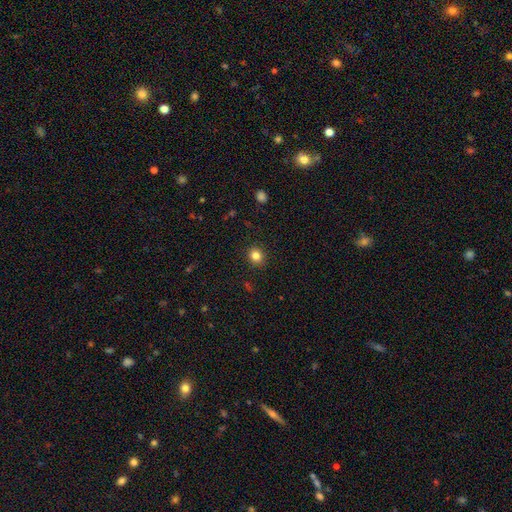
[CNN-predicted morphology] A smooth galaxy with no disk features (83%) that is round (75%).

Vote fractions:
- Smooth or featured? smooth: 83% / star or artifact: 11% / featured or disk: 6%
- How rounded? round: 75% / in between: 24% / cigar-shaped: 1%
- Merging? none: 90% / minor disturbance: 7% / major disturbance: 2% / merger: 1%